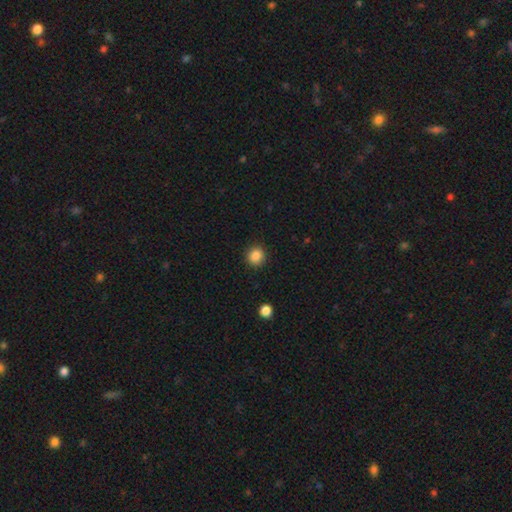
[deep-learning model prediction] Smooth or featured? Predicted: smooth (p=0.86). How rounded? Predicted: round (p=0.88). Merging? Predicted: none (p=0.91).